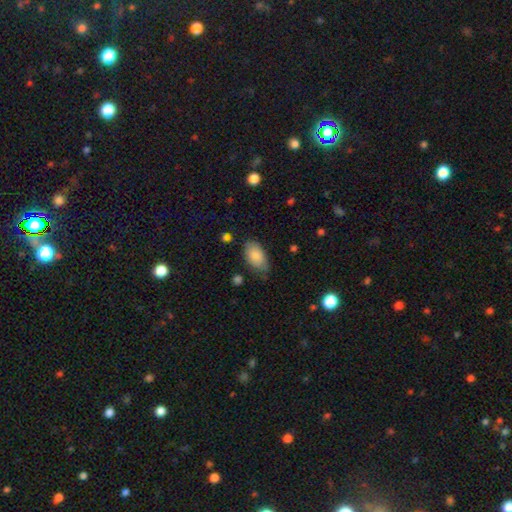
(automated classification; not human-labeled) Smooth or featured? Predicted: smooth (p=0.85). How rounded? Predicted: in between (p=0.94). Merging? Predicted: none (p=0.66).